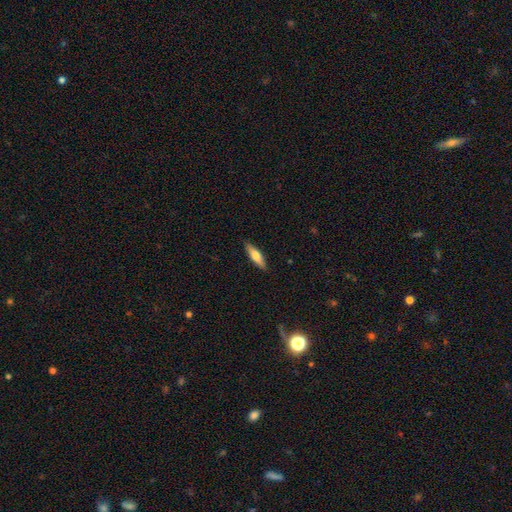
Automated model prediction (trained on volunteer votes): The model was most divided on "how rounded": cigar-shaped: 61%, in between: 37%, round: 2%. More confident: merging — none (87%); smooth or featured — smooth (66%).